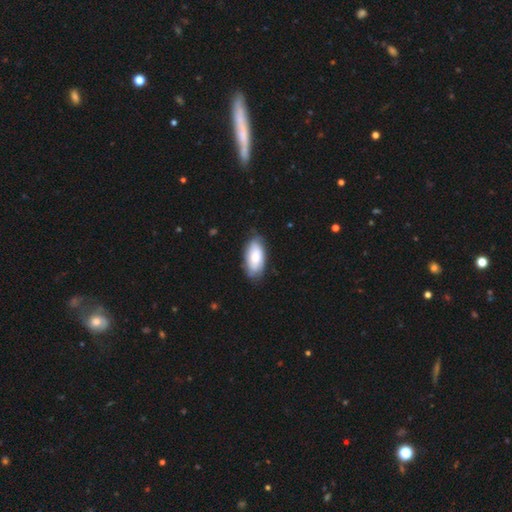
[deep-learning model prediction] Overall: smooth (73%). How rounded: in between (92%). Merging: none (75%).